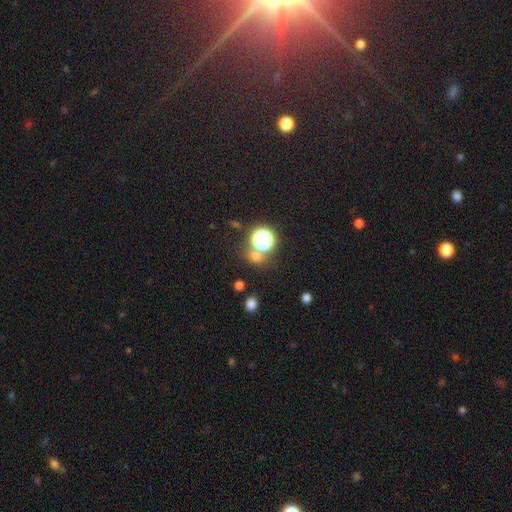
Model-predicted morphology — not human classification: The model was most divided on "smooth or featured": smooth: 58%, star or artifact: 34%, featured or disk: 8%. More confident: how rounded — round (78%); merging — none (69%).